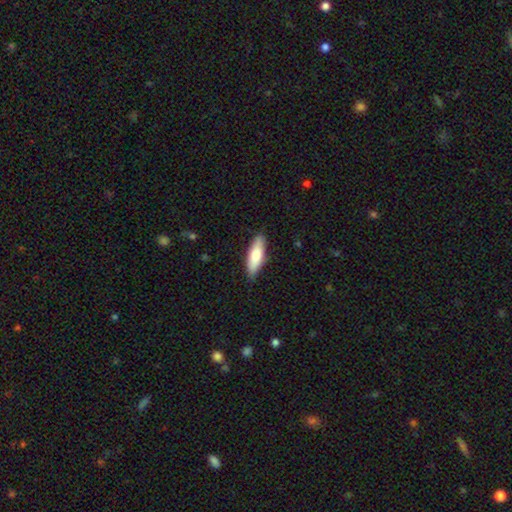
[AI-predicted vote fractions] smooth_or_featured: smooth (p=0.78) [alt: featured or disk p=0.16]
how_rounded: in between (p=0.54) [alt: cigar-shaped p=0.44]
merging: none (p=0.84) [alt: minor disturbance p=0.13]